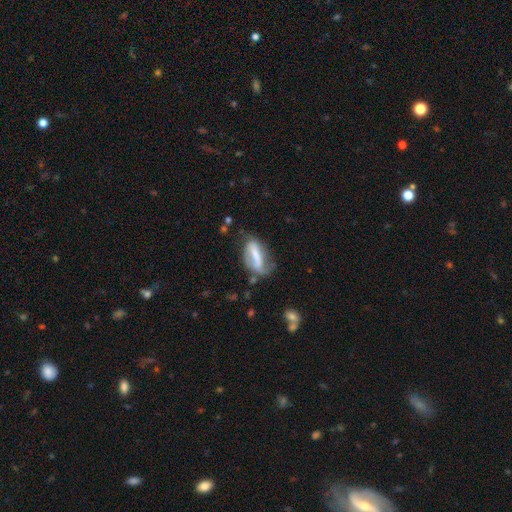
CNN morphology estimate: featured or disk 51%, smooth 41%, star or artifact 8%. Down the decision tree: edge-on disk — no (88%); merging — none (39%).